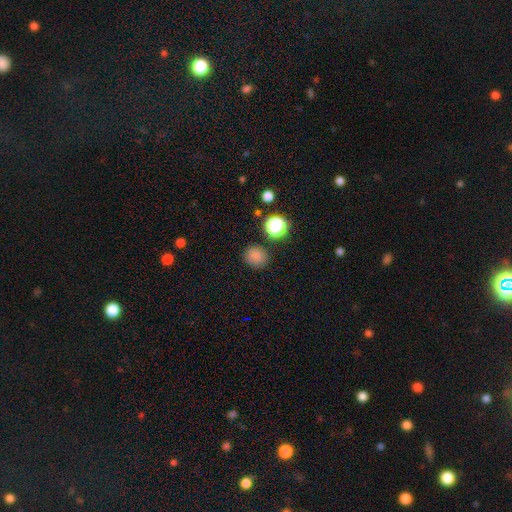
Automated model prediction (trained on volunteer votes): smooth 80%, star or artifact 16%, featured or disk 5%. Down the decision tree: how rounded — round (79%); merging — none (84%).